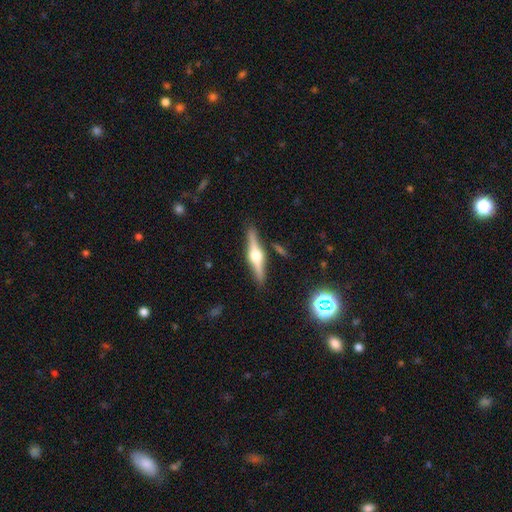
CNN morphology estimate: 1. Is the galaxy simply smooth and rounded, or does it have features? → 78% featured or disk, 16% smooth, 6% star or artifact.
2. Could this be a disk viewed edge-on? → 98% yes, 2% no.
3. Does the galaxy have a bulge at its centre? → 94% rounded, 5% boxy, 1% none.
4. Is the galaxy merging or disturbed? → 89% none, 8% minor disturbance, 2% merger, 2% major disturbance.